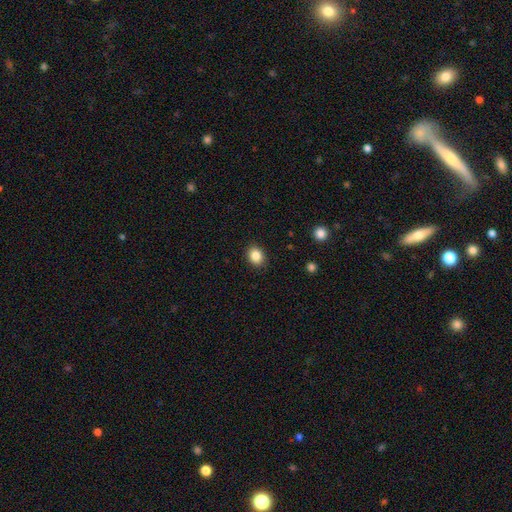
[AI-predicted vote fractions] The model was most divided on "how rounded": round: 54%, in between: 45%, cigar-shaped: 1%. More confident: merging — none (89%); smooth or featured — smooth (85%).